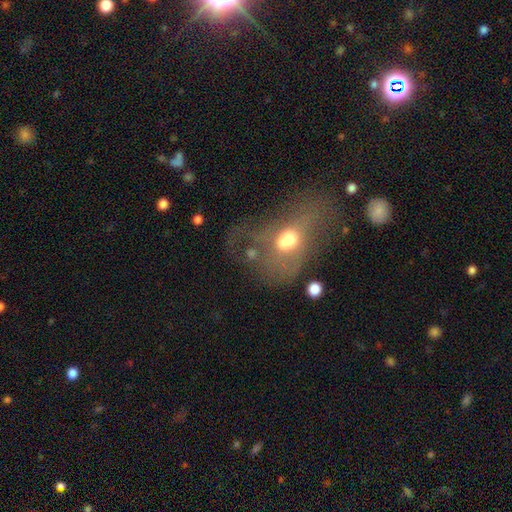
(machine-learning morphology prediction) This is marginally a smooth galaxy (36%). Merging: marginally none (39%).